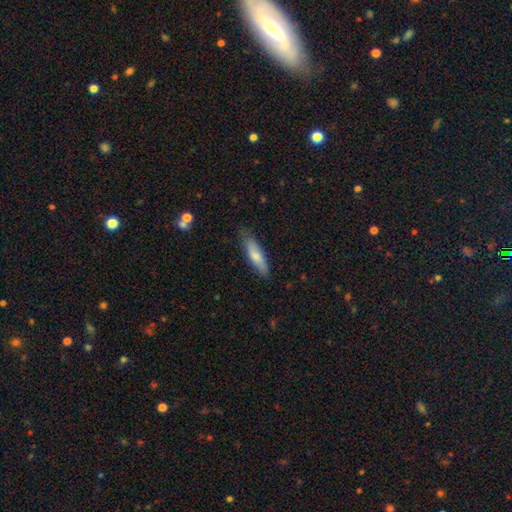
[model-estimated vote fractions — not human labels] A smooth galaxy with no disk features (75%) that is cigar-shaped (61%). Merging: none (78%).